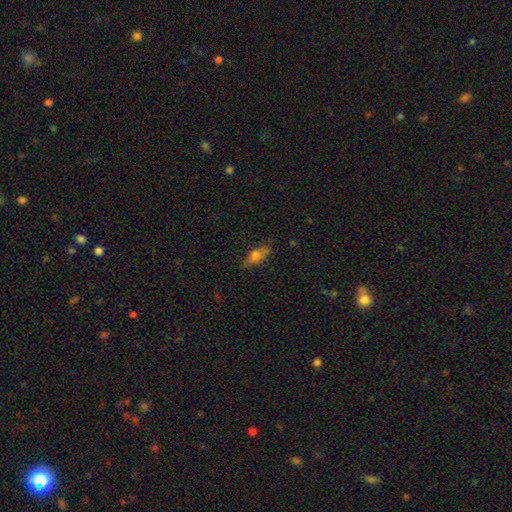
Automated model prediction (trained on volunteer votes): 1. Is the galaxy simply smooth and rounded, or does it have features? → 68% smooth, 22% featured or disk, 11% star or artifact.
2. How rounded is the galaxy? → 71% in between, 26% cigar-shaped, 4% round.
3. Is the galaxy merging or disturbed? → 72% none, 20% minor disturbance, 6% major disturbance, 2% merger.